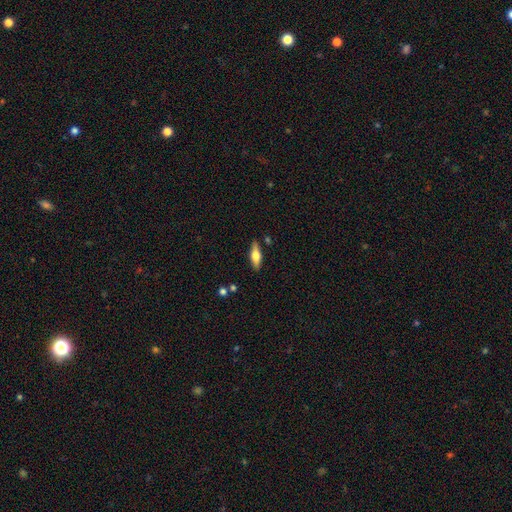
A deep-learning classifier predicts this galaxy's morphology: Smooth or featured? smooth (50%)
How rounded? in between (58%)
Merging? none (85%)